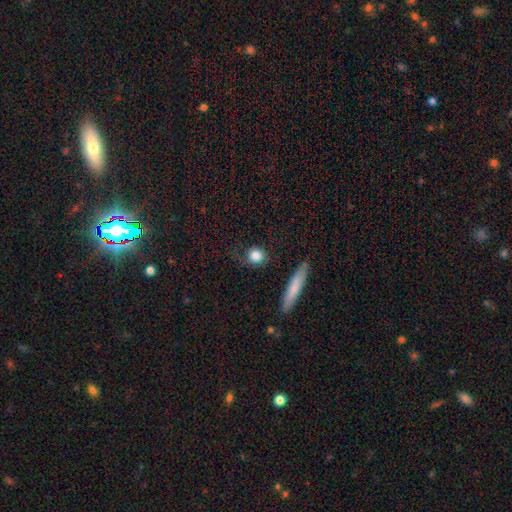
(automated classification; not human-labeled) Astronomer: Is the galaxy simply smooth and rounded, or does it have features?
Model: smooth — 81%.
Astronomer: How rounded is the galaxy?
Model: round — 78%.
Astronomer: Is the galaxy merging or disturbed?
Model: none — 66%.